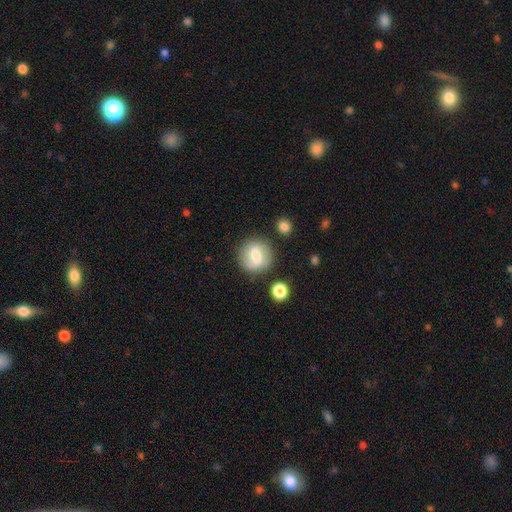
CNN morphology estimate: type=featured or disk (51%); edge-on=no (96%); merging=none (78%).